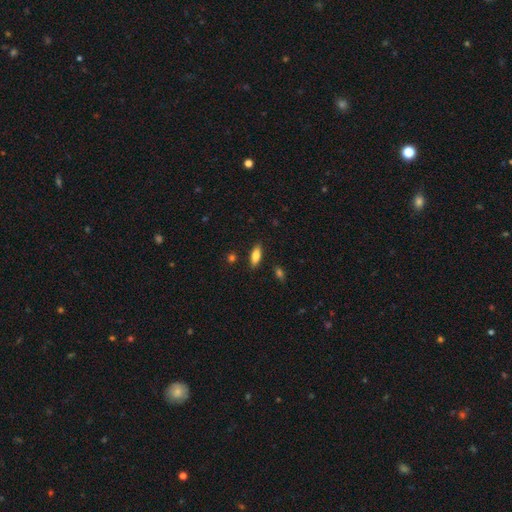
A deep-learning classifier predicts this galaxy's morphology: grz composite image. It shows a smooth galaxy with no disk features (80%) that is in between round and cigar-shaped (71%). Merging: none (85%).